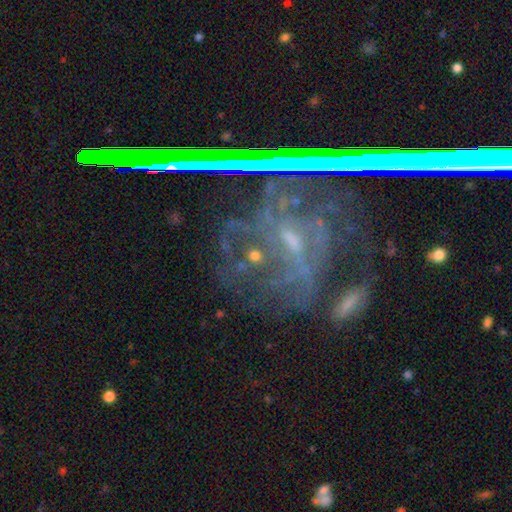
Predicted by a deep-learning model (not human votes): Smooth or featured? Predicted: featured or disk (p=0.65). Edge-on disk? Predicted: no (p=0.93). Bar? Predicted: weak (p=0.38). Spiral arms? Predicted: yes (p=0.82). Bulge size? Predicted: moderate (p=0.39). Merging? Predicted: none (p=0.55).